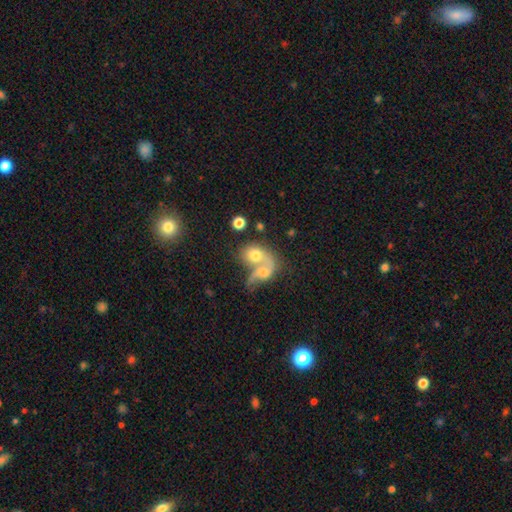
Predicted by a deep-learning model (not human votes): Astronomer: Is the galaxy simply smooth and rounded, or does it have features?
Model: smooth — 54% (runner-up: featured or disk, 36%).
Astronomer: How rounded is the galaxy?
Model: round — 51% (runner-up: in between, 47%).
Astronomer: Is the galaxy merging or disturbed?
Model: merger — 73%.